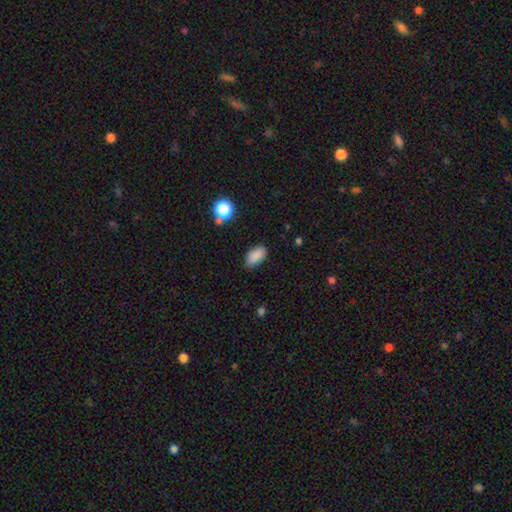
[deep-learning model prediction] The model was most divided on "merging": none: 75%, minor disturbance: 19%, major disturbance: 4%, merger: 2%. More confident: how rounded — in between (92%); smooth or featured — smooth (87%).